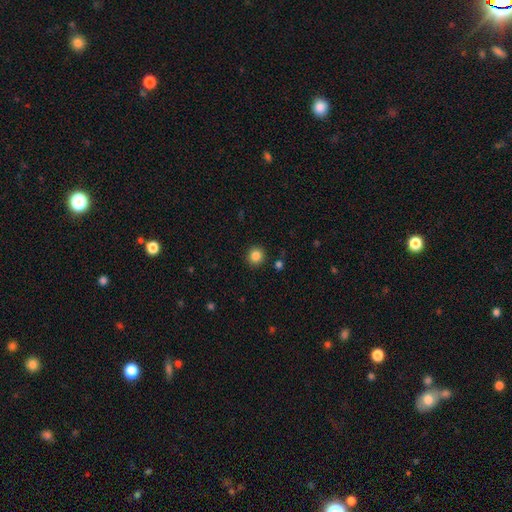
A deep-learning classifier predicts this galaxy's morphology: The model was most divided on "smooth or featured": smooth: 85%, star or artifact: 11%, featured or disk: 5%. More confident: how rounded — round (91%); merging — none (90%).